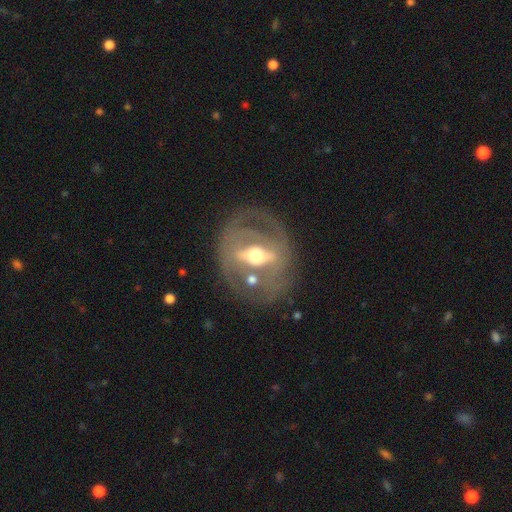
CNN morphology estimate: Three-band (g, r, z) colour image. It shows a featured or disk galaxy (80%) with a strong bar (68%), no spiral arms (60%) and a moderate central bulge (69%). Merging: none (67%).